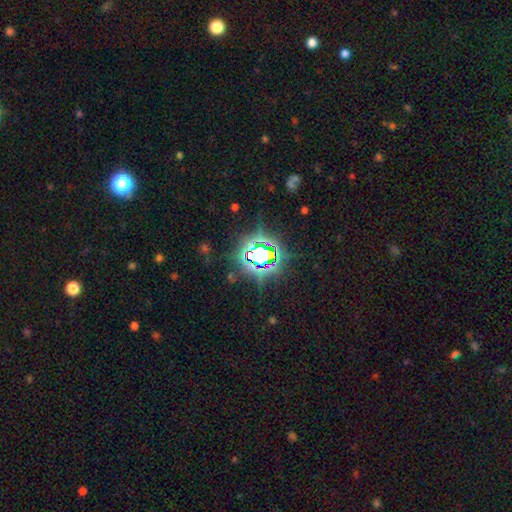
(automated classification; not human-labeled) Smooth or featured? star or artifact (80%)